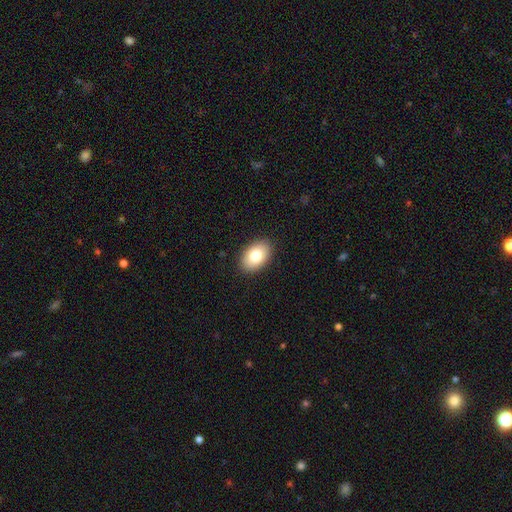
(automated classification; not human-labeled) Smooth or featured?
  - smooth: 80% *
  - featured or disk: 13%
  - star or artifact: 7%
How rounded?
  - in between: 90% *
  - round: 9%
  - cigar-shaped: 1%
Merging?
  - none: 89% *
  - minor disturbance: 8%
  - major disturbance: 2%
  - merger: 1%